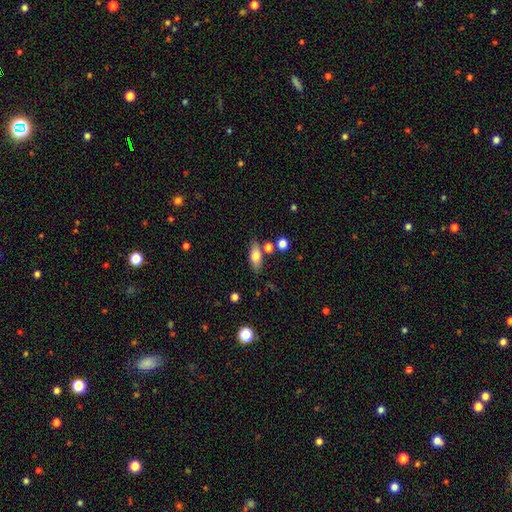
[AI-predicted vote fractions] smooth-or-featured: smooth: 72% | featured or disk: 19% | star or artifact: 8%
  how-rounded: in between: 74% | cigar-shaped: 21% | round: 5%
  merging: none: 72% | minor disturbance: 14% | merger: 10% | major disturbance: 4%